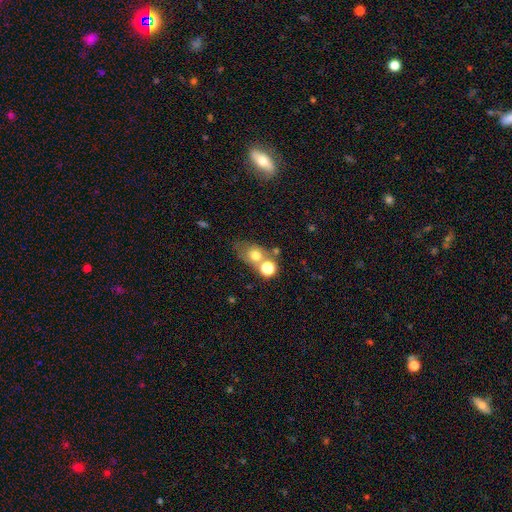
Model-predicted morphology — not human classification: Smooth or featured?
  - smooth: 67% *
  - featured or disk: 18%
  - star or artifact: 14%
How rounded?
  - round: 50% *
  - in between: 48%
  - cigar-shaped: 2%
Merging?
  - none: 44% *
  - merger: 35%
  - minor disturbance: 13%
  - major disturbance: 8%